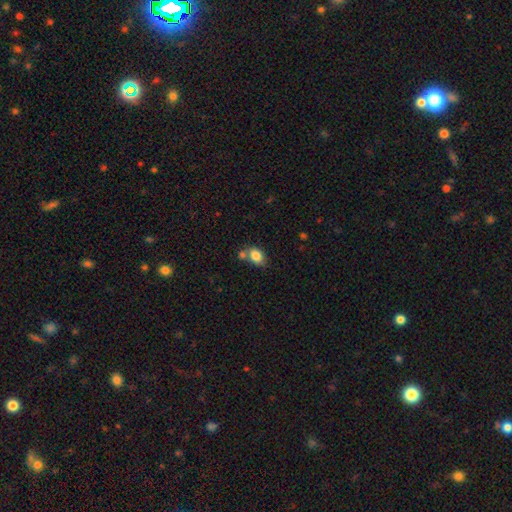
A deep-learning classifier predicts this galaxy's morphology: A smooth galaxy with no disk features (83%) that is in between round and cigar-shaped (79%). Merging: none (52%).